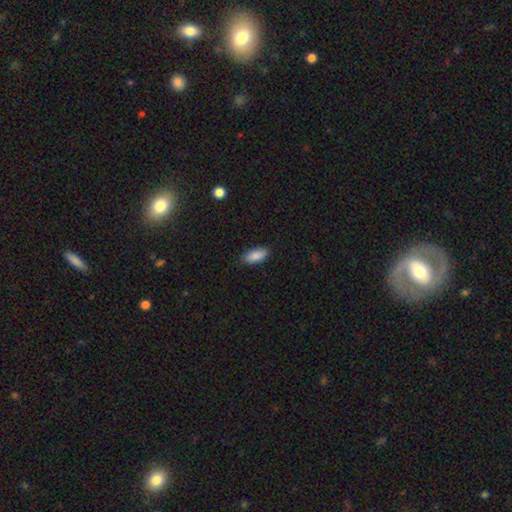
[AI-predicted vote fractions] Morphology: type=smooth (89%); roundness=in between (87%); merging=none (86%).